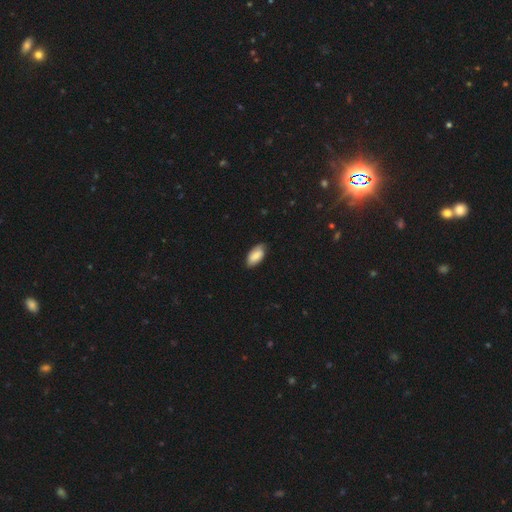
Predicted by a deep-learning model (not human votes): This appears to be a smooth galaxy with no disk features (76%) that is in between round and cigar-shaped (94%). Merging: none (76%).